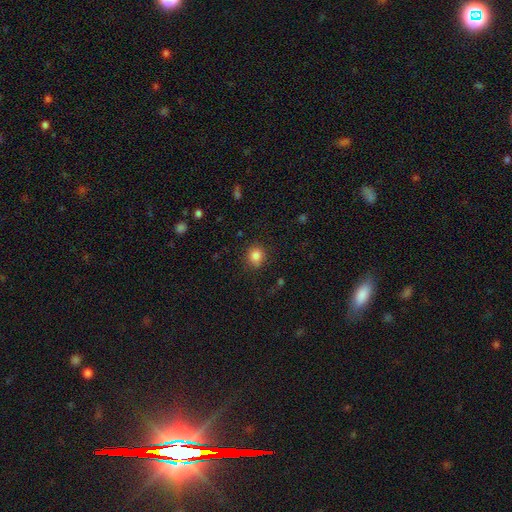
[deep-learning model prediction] Smooth or featured? Predicted: smooth (p=0.84). How rounded? Predicted: round (p=0.78). Merging? Predicted: none (p=0.82).